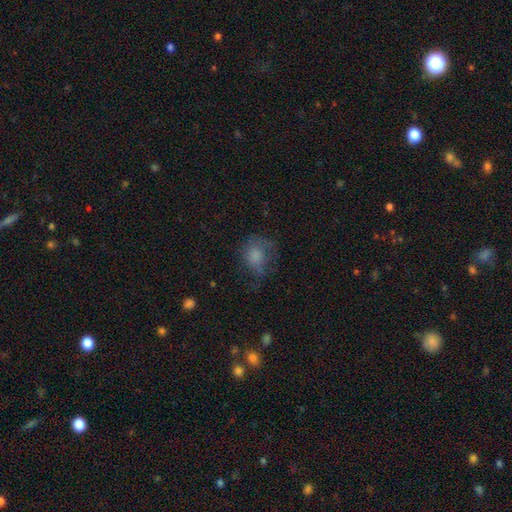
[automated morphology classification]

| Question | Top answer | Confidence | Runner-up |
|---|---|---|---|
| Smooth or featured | smooth | 69% | featured or disk (18%) |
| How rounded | round | 65% | in between (34%) |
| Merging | none | 47% | major disturbance (27%) |